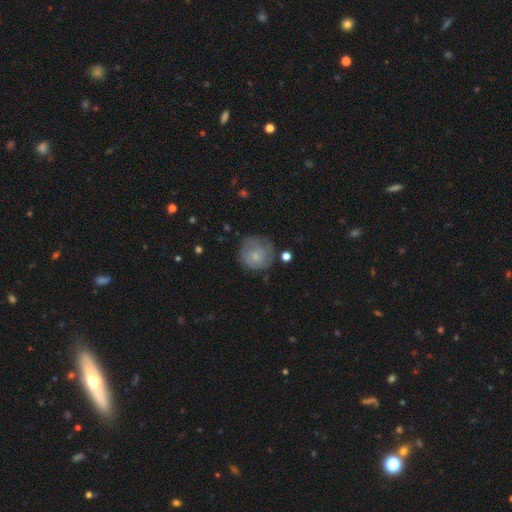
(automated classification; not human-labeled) Morphology: type=smooth (57%); roundness=round (90%); merging=none (63%).